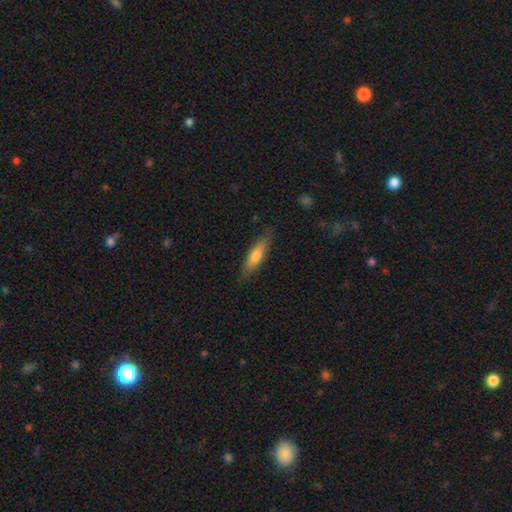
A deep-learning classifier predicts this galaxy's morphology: Smooth or featured: smooth — 64% (featured or disk — 30%)
How rounded: cigar-shaped — 71% (in between — 27%)
Merging: none — 82% (minor disturbance — 14%)